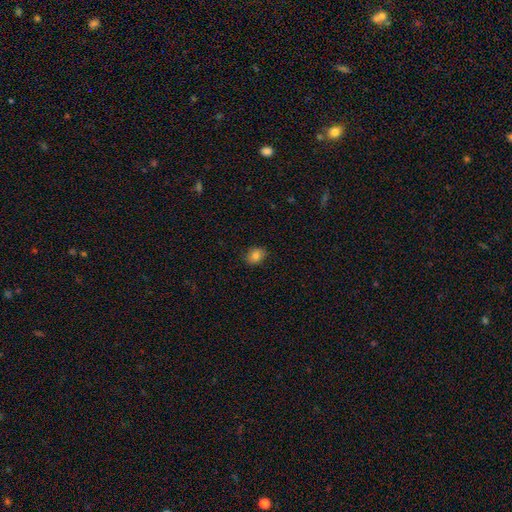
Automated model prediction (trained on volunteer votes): Morphology: type=smooth (80%); roundness=in between (57%); merging=none (85%).